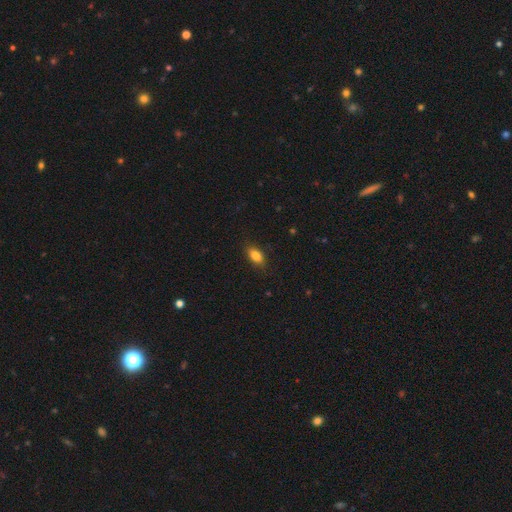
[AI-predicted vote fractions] Smooth or featured? smooth (83%)
How rounded? in between (86%)
Merging? none (84%)